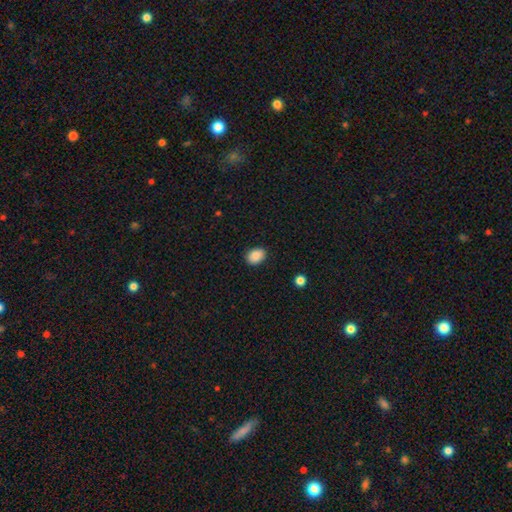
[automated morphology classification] smooth-or-featured: smooth: 88% | star or artifact: 8% | featured or disk: 3%
  how-rounded: in between: 74% | round: 25% | cigar-shaped: 1%
  merging: none: 86% | minor disturbance: 10% | major disturbance: 2% | merger: 1%